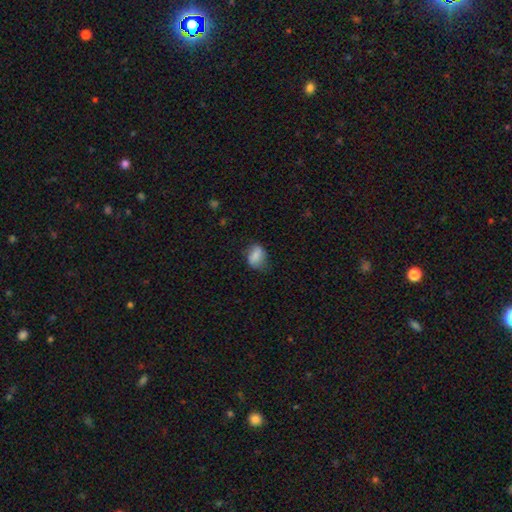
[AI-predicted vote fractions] Smooth or featured? Predicted: smooth (p=0.77). How rounded? Predicted: in between (p=0.67). Merging? Predicted: none (p=0.58).